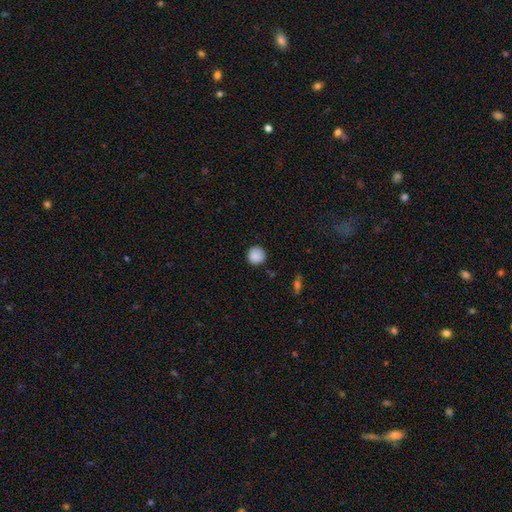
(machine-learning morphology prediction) Smooth or featured? Predicted: smooth (p=0.88). How rounded? Predicted: round (p=0.94). Merging? Predicted: none (p=0.88).